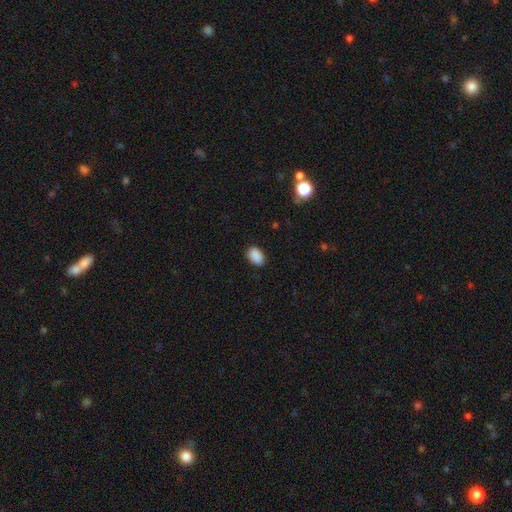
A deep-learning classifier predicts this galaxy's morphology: Smooth or featured?
  - smooth: 89% *
  - star or artifact: 9%
  - featured or disk: 3%
How rounded?
  - in between: 86% *
  - round: 12%
  - cigar-shaped: 1%
Merging?
  - none: 86% *
  - minor disturbance: 11%
  - major disturbance: 2%
  - merger: 1%